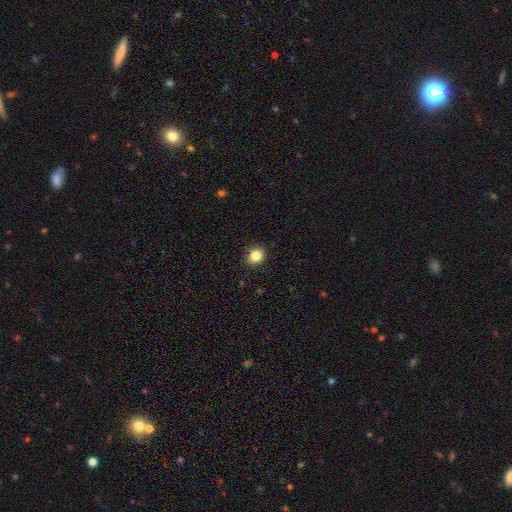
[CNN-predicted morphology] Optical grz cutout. It shows a smooth galaxy with no disk features (83%) that is round (69%). Merging: none (91%).